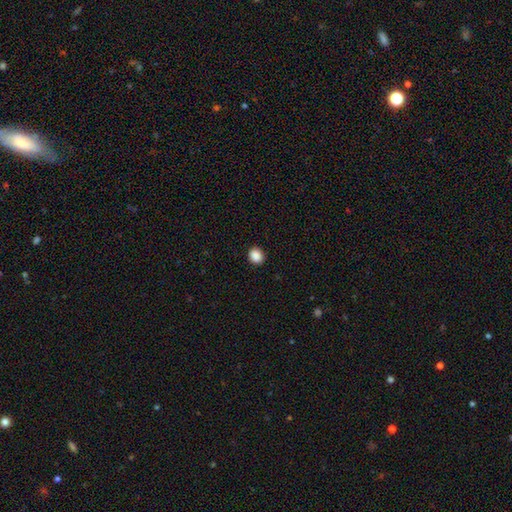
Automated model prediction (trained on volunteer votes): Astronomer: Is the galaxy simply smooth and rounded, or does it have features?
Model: smooth — 88%.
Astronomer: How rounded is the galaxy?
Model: round — 74%.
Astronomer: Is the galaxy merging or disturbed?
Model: none — 91%.